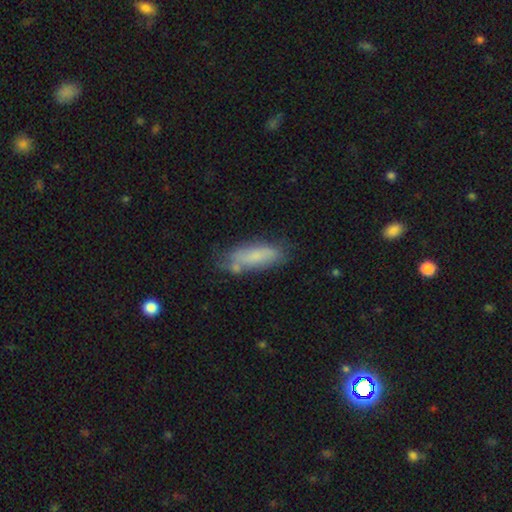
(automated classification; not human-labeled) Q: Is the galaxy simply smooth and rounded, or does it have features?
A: smooth — 70%.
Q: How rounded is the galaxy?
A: in between — 60%.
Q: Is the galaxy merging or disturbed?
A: none — 58%.